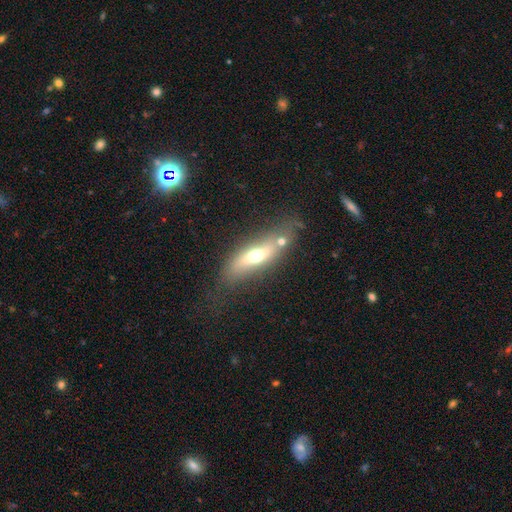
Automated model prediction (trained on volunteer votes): Smooth or featured? Predicted: smooth (p=0.48). Merging? Predicted: none (p=0.58).